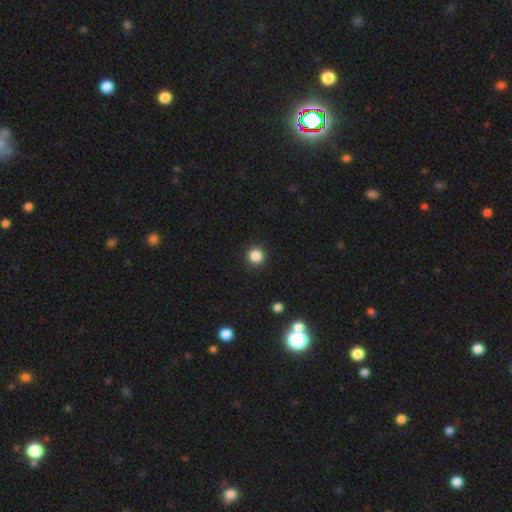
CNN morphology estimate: Smooth or featured?
  - smooth: 86% *
  - star or artifact: 11%
  - featured or disk: 3%
How rounded?
  - round: 93% *
  - in between: 6%
  - cigar-shaped: 1%
Merging?
  - none: 92% *
  - minor disturbance: 5%
  - major disturbance: 2%
  - merger: 1%